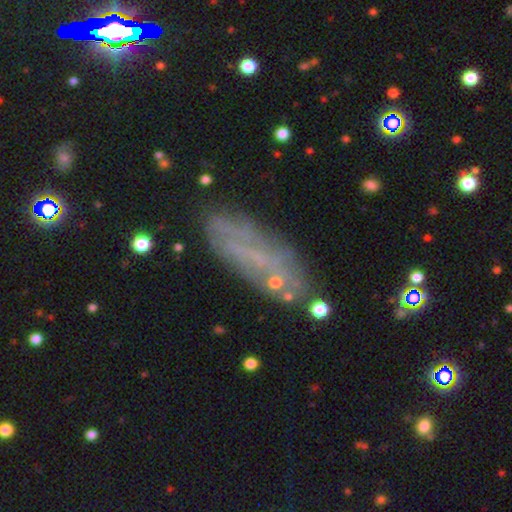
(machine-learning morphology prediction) A featured or disk galaxy (47%). Merging: none (66%).